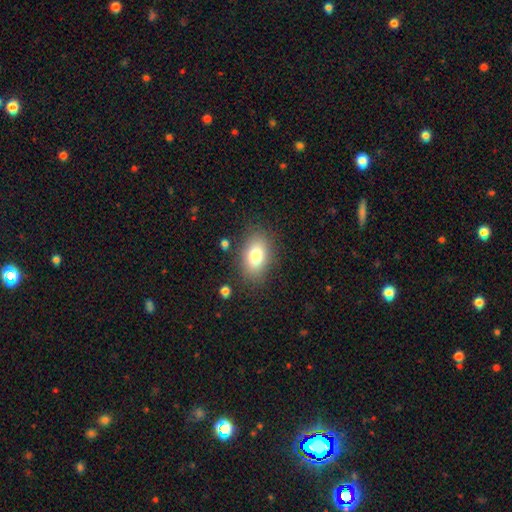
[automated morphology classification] The model was most divided on "smooth or featured": smooth: 81%, featured or disk: 11%, star or artifact: 9%. More confident: how rounded — in between (85%); merging — none (82%).